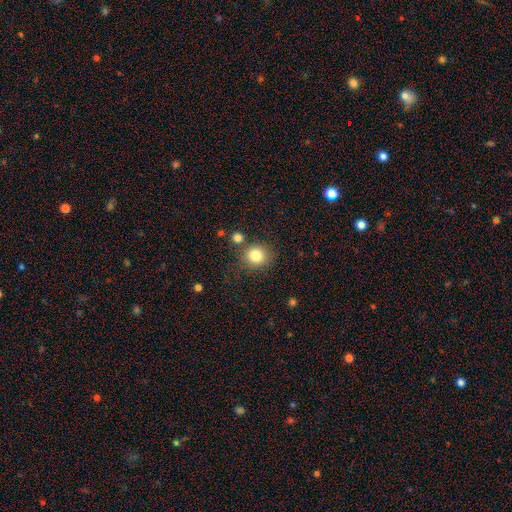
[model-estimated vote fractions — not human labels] A smooth galaxy with no disk features (82%) that is round (86%).

Vote fractions:
- Smooth or featured? smooth: 82% / star or artifact: 11% / featured or disk: 7%
- How rounded? round: 86% / in between: 13% / cigar-shaped: 1%
- Merging? none: 74% / minor disturbance: 11% / merger: 11% / major disturbance: 4%